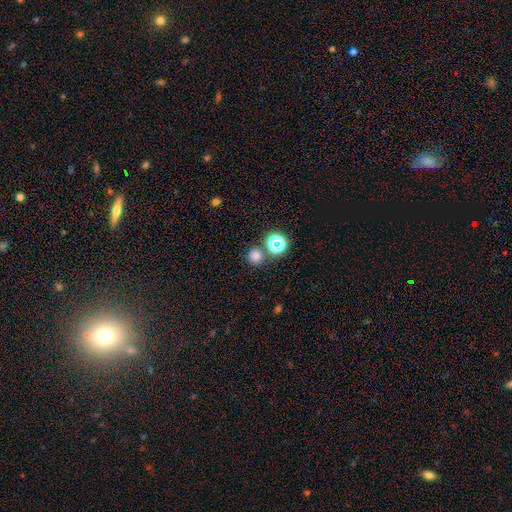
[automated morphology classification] This is likely a smooth galaxy (72%). How rounded: clearly round (92%). Merging: likely none (77%).